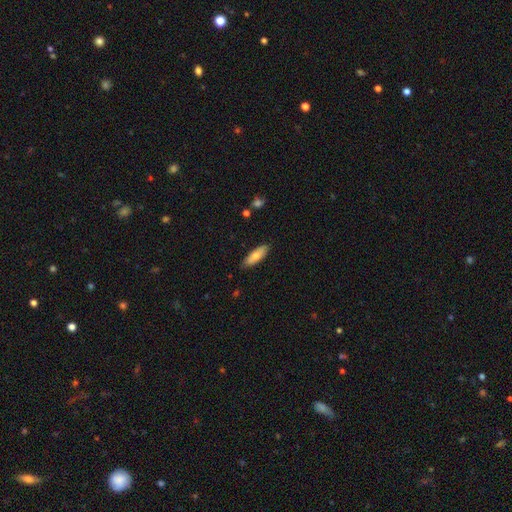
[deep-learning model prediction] Overall: smooth (68%). How rounded: in between (58%; cigar-shaped 40%). Merging: none (86%).